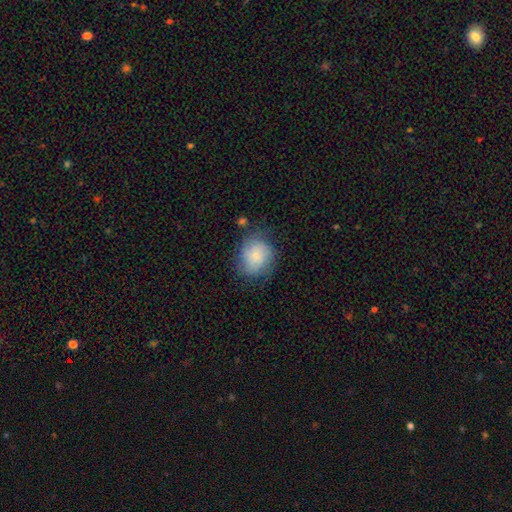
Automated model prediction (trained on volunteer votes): Overall: smooth (75%). How rounded: round (74%). Merging: none (62%; minor disturbance 26%).